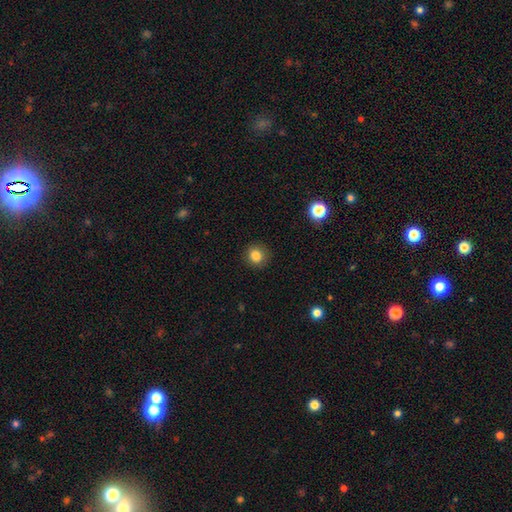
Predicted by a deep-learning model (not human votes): Smooth or featured?
  - smooth: 84% *
  - star or artifact: 11%
  - featured or disk: 5%
How rounded?
  - round: 86% *
  - in between: 13%
  - cigar-shaped: 1%
Merging?
  - none: 88% *
  - minor disturbance: 8%
  - major disturbance: 2%
  - merger: 1%